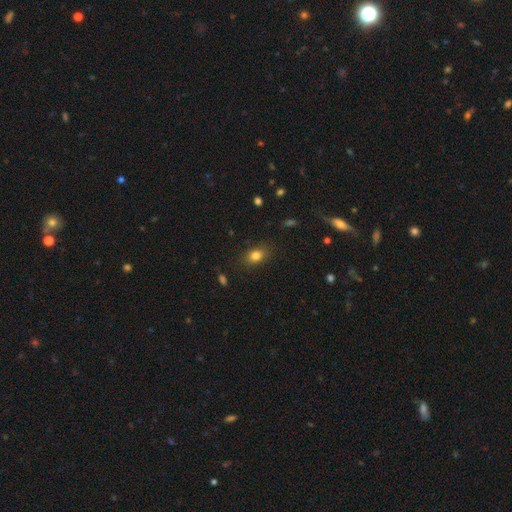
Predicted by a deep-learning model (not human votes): Q: Smooth or featured?
A: smooth (81%); runner-up: star or artifact (11%)
Q: How rounded?
A: in between (72%); runner-up: round (26%)
Q: Merging?
A: none (84%); runner-up: minor disturbance (12%)